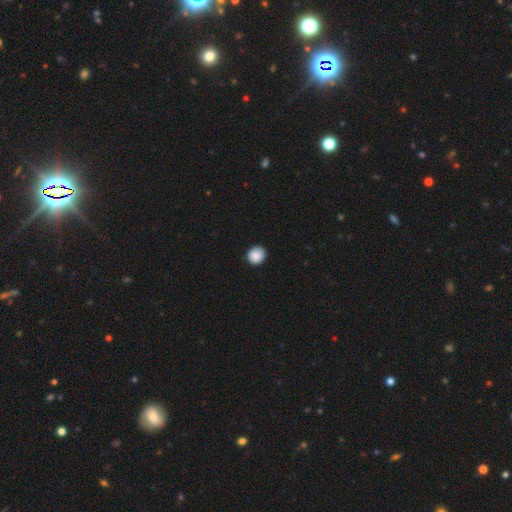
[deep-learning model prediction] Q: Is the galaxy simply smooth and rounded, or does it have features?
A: smooth — 88%.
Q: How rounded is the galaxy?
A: round — 88%.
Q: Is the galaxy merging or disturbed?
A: none — 87%.